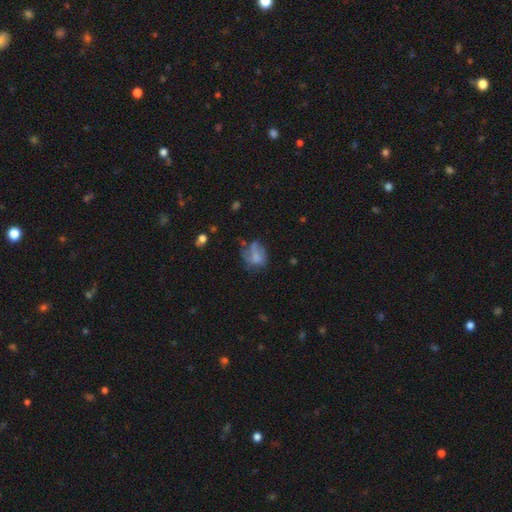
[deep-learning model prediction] Smooth or featured? Predicted: smooth (p=0.51). How rounded? Predicted: in between (p=0.59). Merging? Predicted: major disturbance (p=0.34).